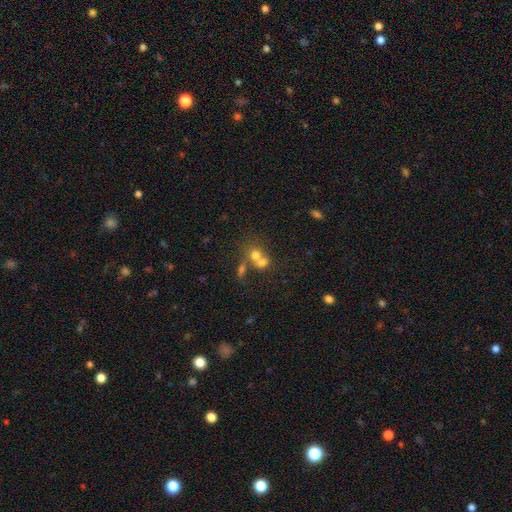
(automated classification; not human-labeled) smooth 66%, featured or disk 20%, star or artifact 14%. Down the decision tree: how rounded — round (69%); merging — merger (60%).